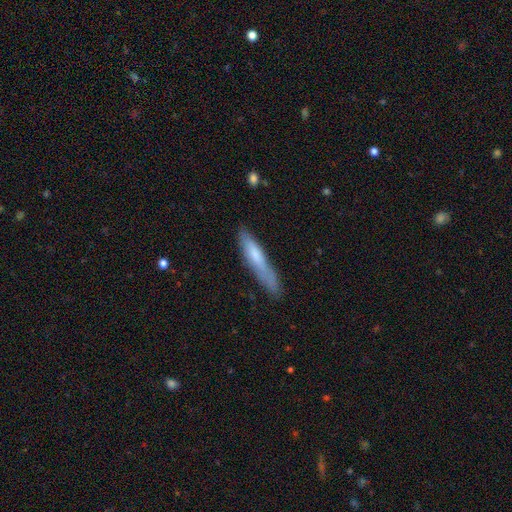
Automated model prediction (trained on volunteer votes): A smooth galaxy with no disk features (66%) that is cigar-shaped (88%).

Vote fractions:
- Smooth or featured? smooth: 66% / featured or disk: 28% / star or artifact: 6%
- How rounded? cigar-shaped: 88% / in between: 11% / round: 1%
- Merging? none: 67% / minor disturbance: 24% / major disturbance: 7% / merger: 3%